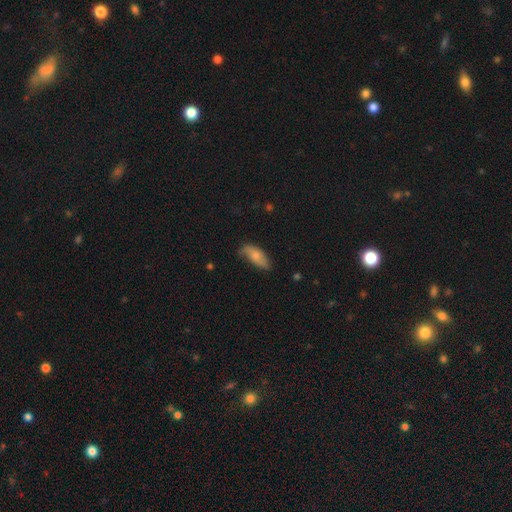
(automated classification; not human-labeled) Morphology: type=smooth (73%); roundness=in between (82%); merging=none (58%).